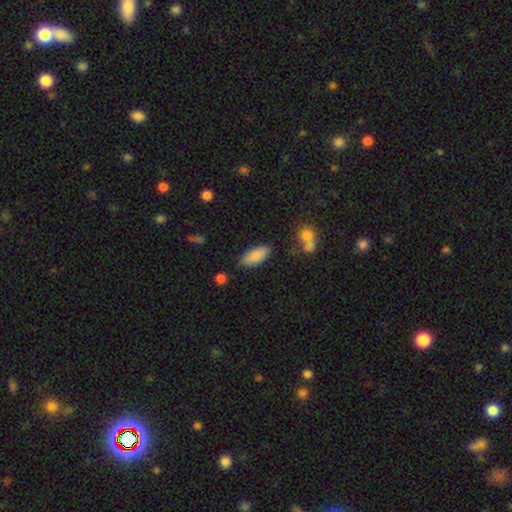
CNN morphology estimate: Smooth or featured: smooth — 86% (featured or disk — 7%)
How rounded: in between — 84% (cigar-shaped — 14%)
Merging: none — 80% (minor disturbance — 14%)